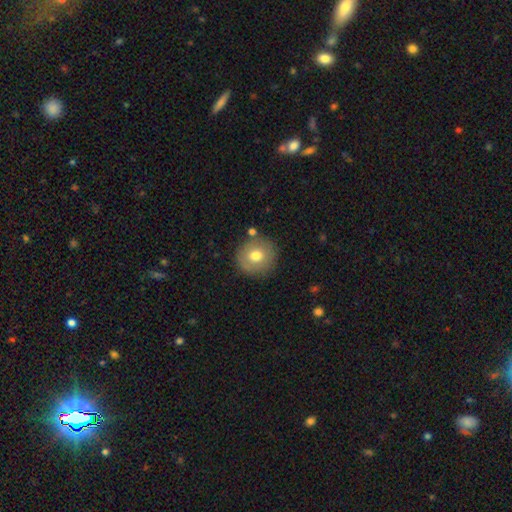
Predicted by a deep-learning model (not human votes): Overall: smooth (71%). How rounded: round (91%). Merging: none (82%).